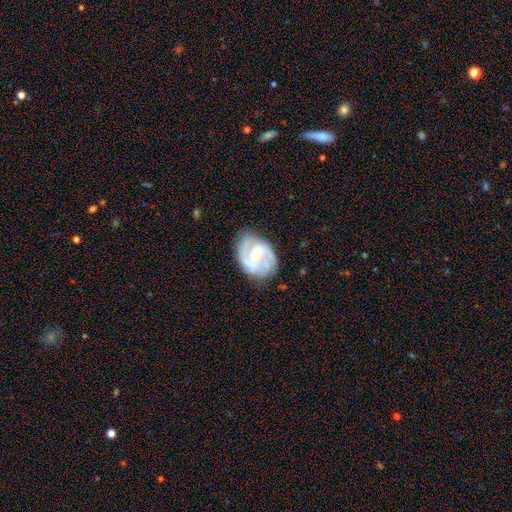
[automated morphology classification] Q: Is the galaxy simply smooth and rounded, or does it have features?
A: featured or disk — 84%.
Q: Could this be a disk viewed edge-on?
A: no — 97%.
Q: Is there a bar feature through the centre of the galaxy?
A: no — 54%.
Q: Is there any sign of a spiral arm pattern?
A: yes — 94%.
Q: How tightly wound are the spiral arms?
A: medium — 44%.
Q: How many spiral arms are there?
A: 2 — 49%.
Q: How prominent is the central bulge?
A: small — 48%, tied with moderate.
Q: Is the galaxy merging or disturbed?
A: none — 73%.